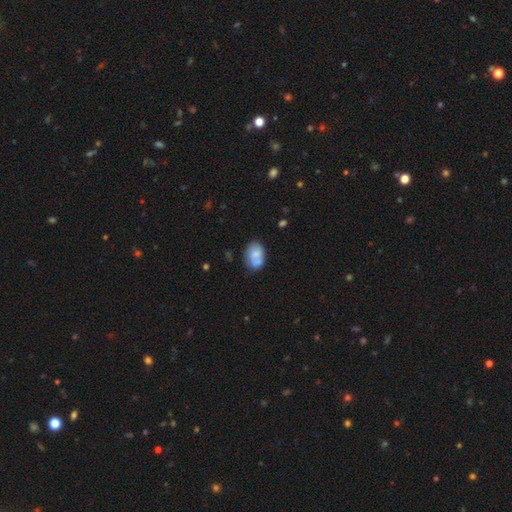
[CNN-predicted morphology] The model was most divided on "merging": none: 44%, merger: 27%, minor disturbance: 21%, major disturbance: 7%. More confident: how rounded — in between (77%); smooth or featured — smooth (63%).